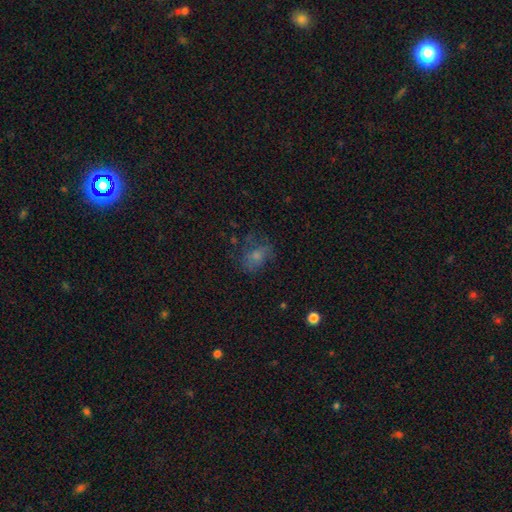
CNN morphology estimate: smooth-or-featured: smooth: 59% | featured or disk: 26% | star or artifact: 15%
  how-rounded: in between: 65% | round: 33% | cigar-shaped: 2%
  merging: none: 49% | major disturbance: 24% | minor disturbance: 24% | merger: 3%